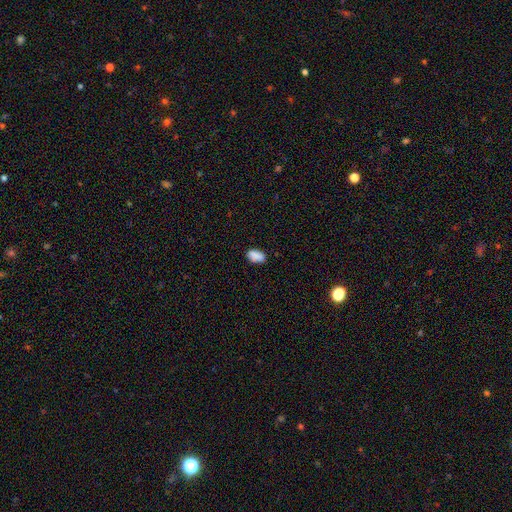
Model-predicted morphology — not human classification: Q: Smooth or featured?
A: smooth (88%); runner-up: star or artifact (8%)
Q: How rounded?
A: in between (92%); runner-up: round (4%)
Q: Merging?
A: none (82%); runner-up: minor disturbance (14%)